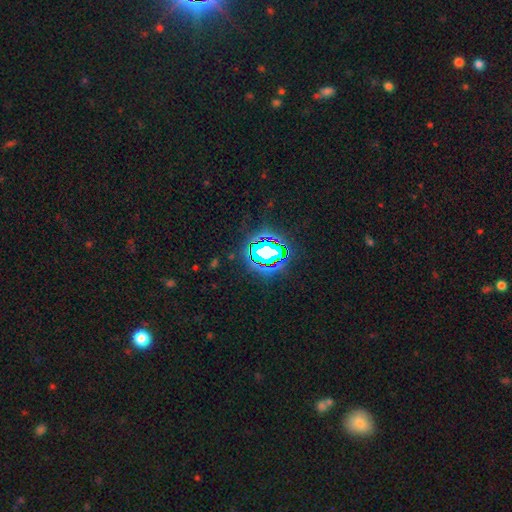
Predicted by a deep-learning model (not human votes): A star or artifact, not a galaxy (83%).